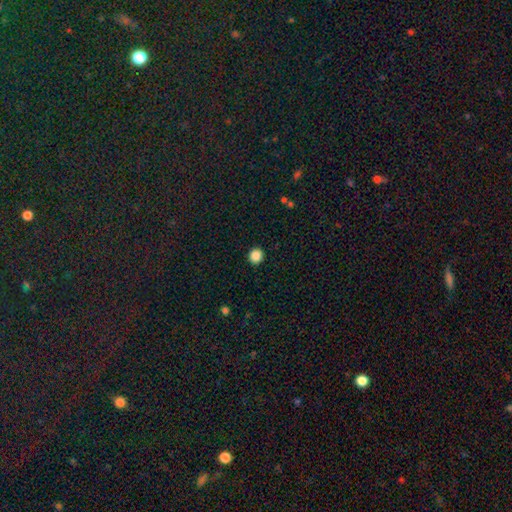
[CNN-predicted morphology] Q: Smooth or featured?
A: smooth (87%); runner-up: star or artifact (10%)
Q: How rounded?
A: round (91%); runner-up: in between (8%)
Q: Merging?
A: none (92%); runner-up: minor disturbance (5%)